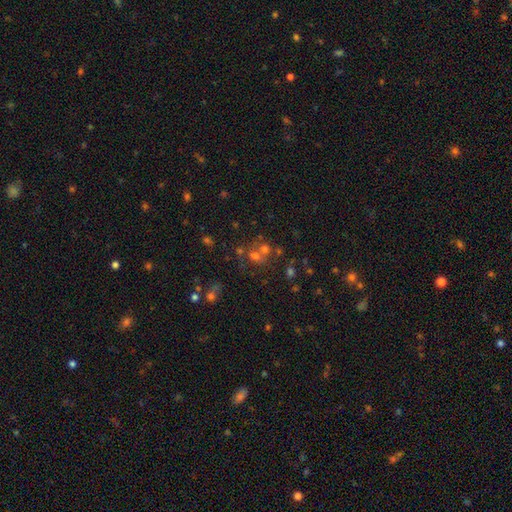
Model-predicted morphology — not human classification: A smooth galaxy with no disk features (47%). Merging: none (44%).